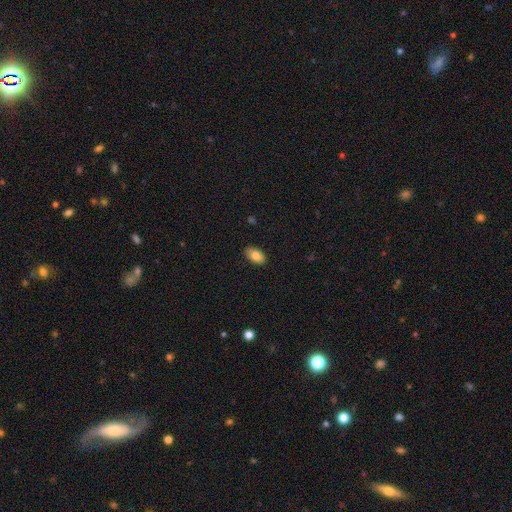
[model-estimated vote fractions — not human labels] Q: Smooth or featured?
A: smooth (83%); runner-up: featured or disk (10%)
Q: How rounded?
A: in between (94%); runner-up: round (4%)
Q: Merging?
A: none (88%); runner-up: minor disturbance (9%)